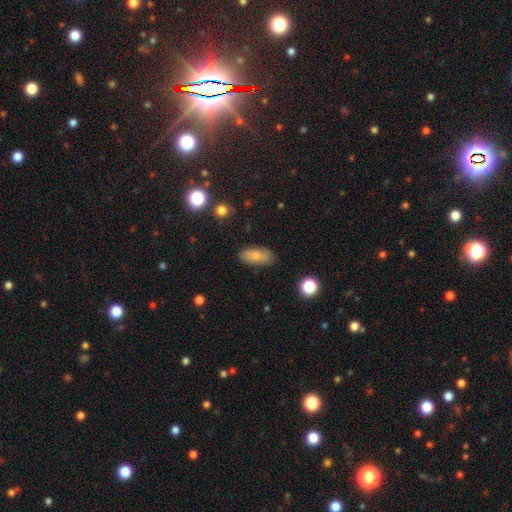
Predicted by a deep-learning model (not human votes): Smooth or featured? smooth (78%)
How rounded? in between (88%)
Merging? none (80%)